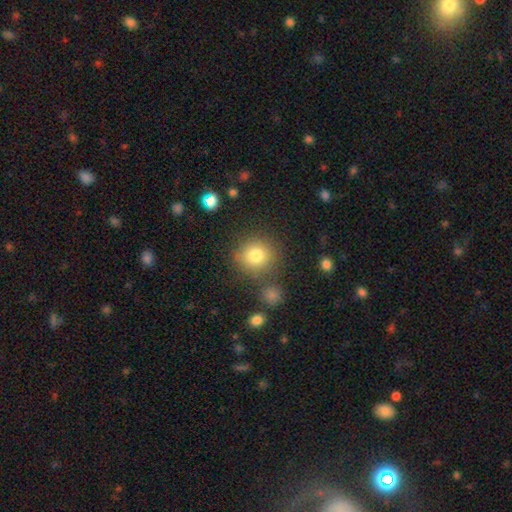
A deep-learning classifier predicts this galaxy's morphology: Overall: smooth (80%). How rounded: round (91%). Merging: none (78%).